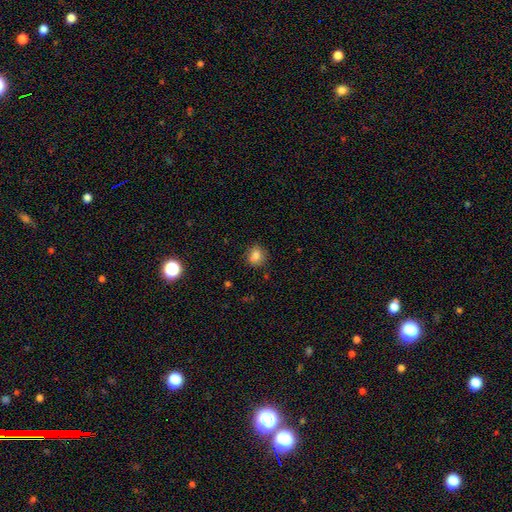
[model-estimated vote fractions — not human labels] The model was most divided on "how rounded": round: 79%, in between: 20%, cigar-shaped: 1%. More confident: smooth or featured — smooth (81%); merging — none (81%).